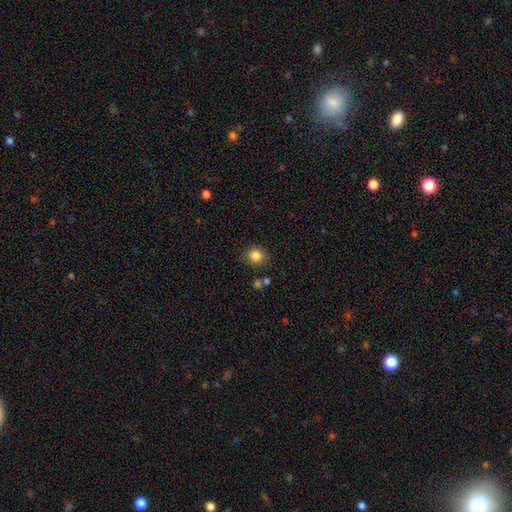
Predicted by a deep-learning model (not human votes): The model was most divided on "merging": none: 83%, minor disturbance: 10%, merger: 4%, major disturbance: 3%. More confident: how rounded — round (86%); smooth or featured — smooth (84%).